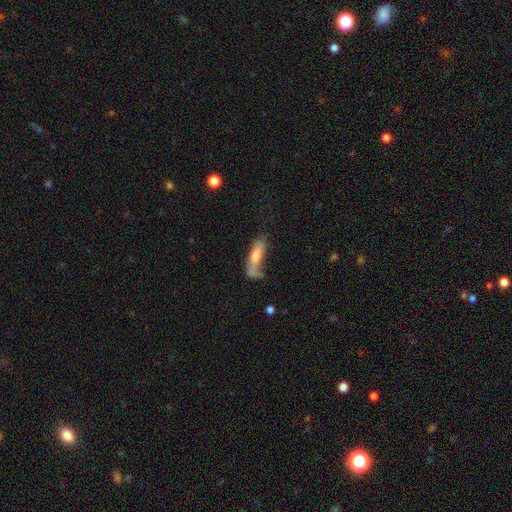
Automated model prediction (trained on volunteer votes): This appears to be a smooth galaxy with no disk features (58%) that is cigar-shaped (59%). Merging: none (39%).